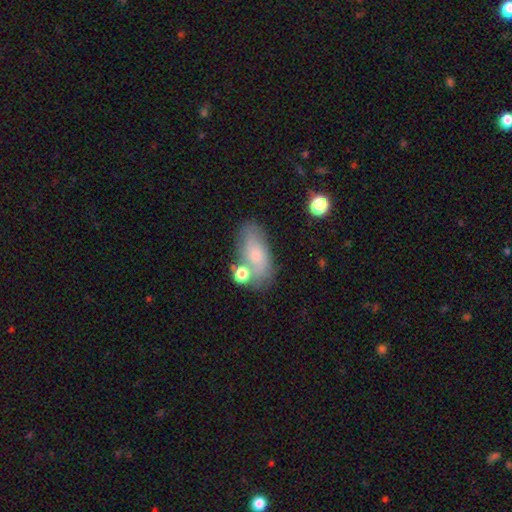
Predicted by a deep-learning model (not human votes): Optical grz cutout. It shows a smooth galaxy with no disk features (59%) that is in between round and cigar-shaped (85%). Merging: none (53%).